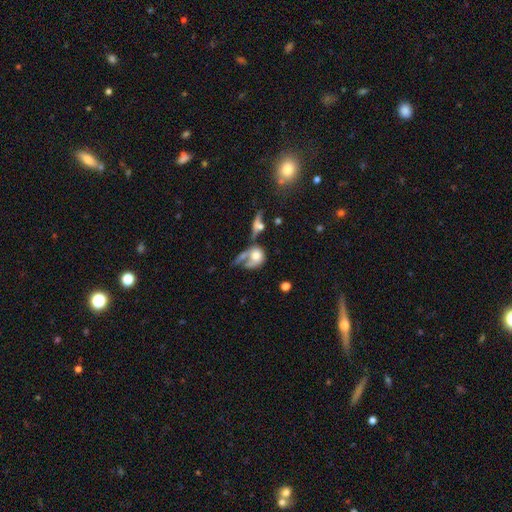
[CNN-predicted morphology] smooth 56%, featured or disk 34%, star or artifact 10%. Down the decision tree: how rounded — round (50%); merging — merger (44%).